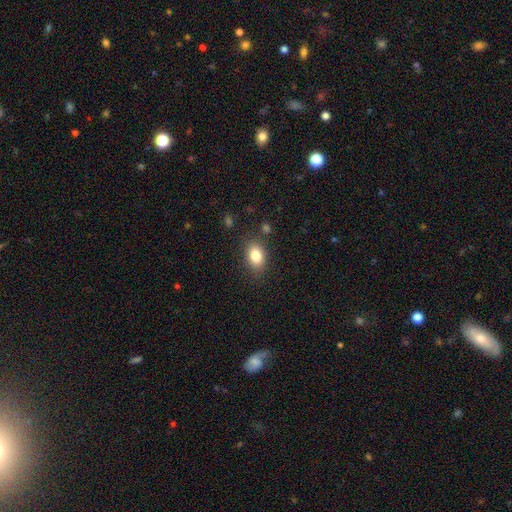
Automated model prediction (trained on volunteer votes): A smooth galaxy with no disk features (83%) that is in between round and cigar-shaped (82%).

Vote fractions:
- Smooth or featured? smooth: 83% / star or artifact: 9% / featured or disk: 8%
- How rounded? in between: 82% / round: 17% / cigar-shaped: 2%
- Merging? none: 82% / minor disturbance: 12% / major disturbance: 3% / merger: 3%